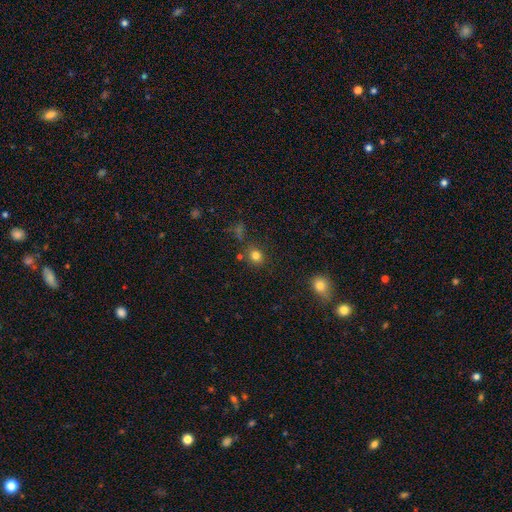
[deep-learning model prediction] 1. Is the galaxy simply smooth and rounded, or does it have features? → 80% smooth, 14% star or artifact, 6% featured or disk.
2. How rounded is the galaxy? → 77% round, 22% in between, 1% cigar-shaped.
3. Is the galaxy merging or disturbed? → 81% none, 10% minor disturbance, 6% merger, 3% major disturbance.